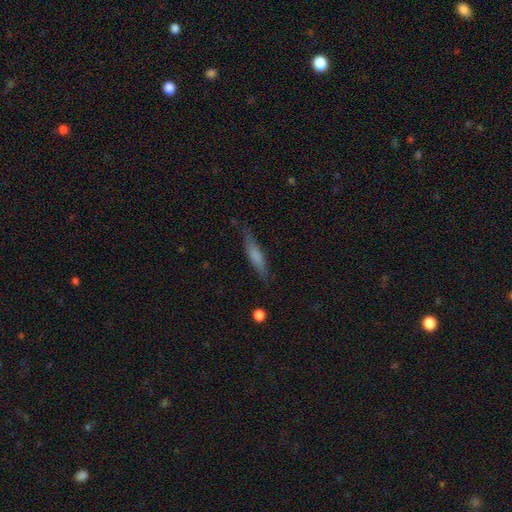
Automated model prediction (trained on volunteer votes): Overall: smooth (68%). How rounded: cigar-shaped (84%). Merging: none (80%).